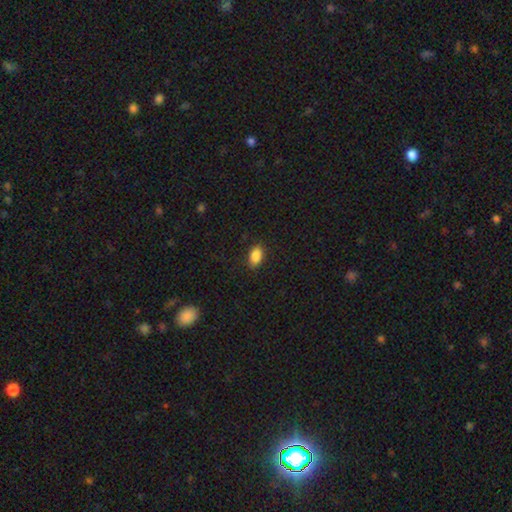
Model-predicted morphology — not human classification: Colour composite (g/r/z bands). It shows a smooth galaxy with no disk features (88%) that is in between round and cigar-shaped (90%). Merging: none (88%).